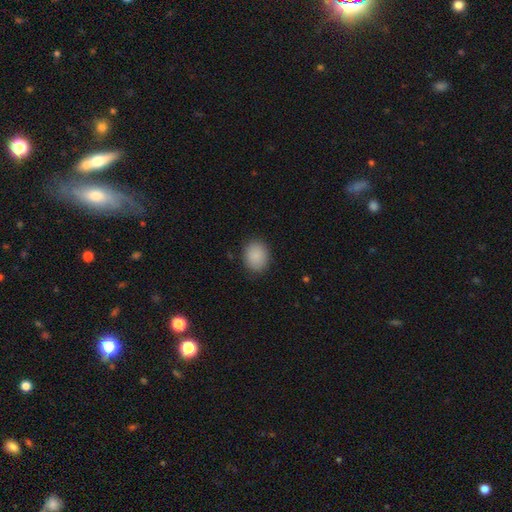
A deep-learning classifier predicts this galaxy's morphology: A smooth galaxy with no disk features (89%) that is round (53%). Merging: none (86%).